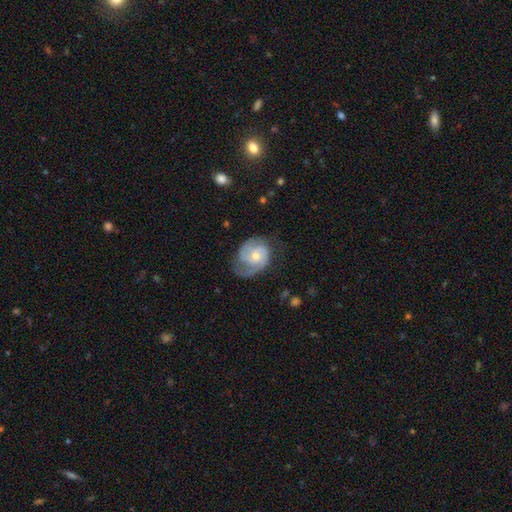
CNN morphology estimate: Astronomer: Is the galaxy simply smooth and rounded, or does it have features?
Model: featured or disk — 77%.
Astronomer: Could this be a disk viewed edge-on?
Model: no — 98%.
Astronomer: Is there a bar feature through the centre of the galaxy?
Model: no — 67%.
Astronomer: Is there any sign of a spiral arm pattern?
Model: yes — 94%.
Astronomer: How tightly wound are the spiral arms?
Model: medium — 44% (runner-up: tight, 40%).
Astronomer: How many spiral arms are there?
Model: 2 — 63%.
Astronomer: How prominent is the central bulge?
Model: small — 49% (runner-up: moderate, 45%).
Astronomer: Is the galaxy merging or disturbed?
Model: none — 56%.